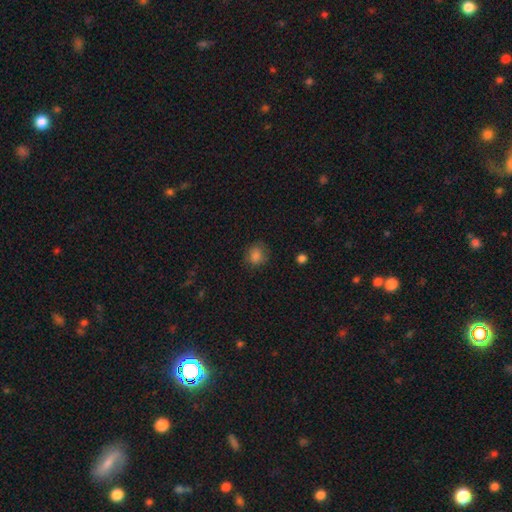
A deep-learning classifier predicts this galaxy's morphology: This is clearly a smooth galaxy (83%). How rounded: likely round (73%). Merging: likely none (76%).